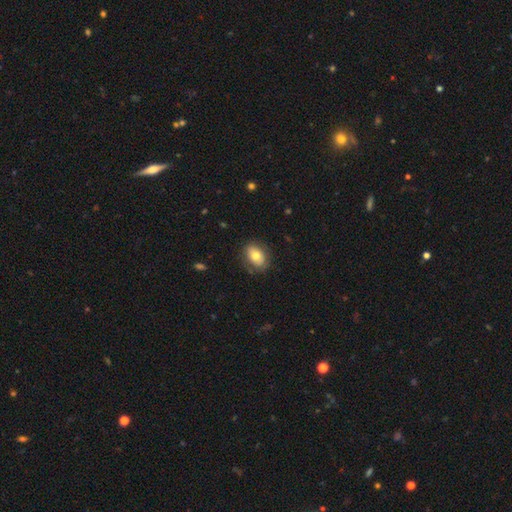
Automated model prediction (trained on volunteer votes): This appears to be a smooth galaxy with no disk features (75%) that is in between round and cigar-shaped (81%). Merging: none (81%).